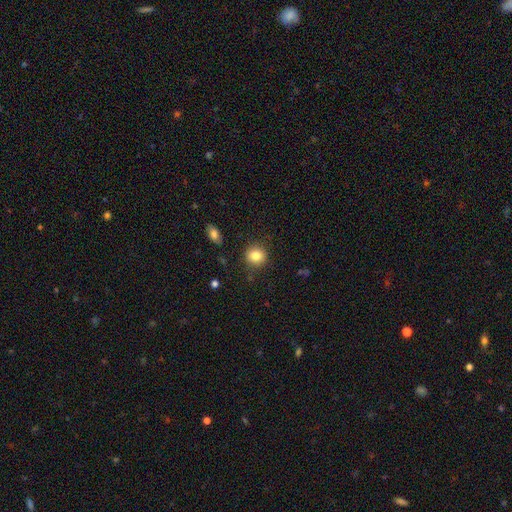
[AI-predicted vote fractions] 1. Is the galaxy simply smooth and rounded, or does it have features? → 83% smooth, 10% star or artifact, 7% featured or disk.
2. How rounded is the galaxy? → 86% round, 13% in between, 1% cigar-shaped.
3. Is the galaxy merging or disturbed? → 87% none, 9% minor disturbance, 3% major disturbance, 2% merger.